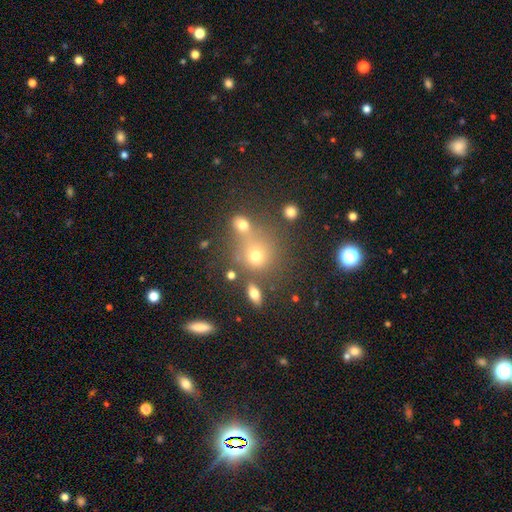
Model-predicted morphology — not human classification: This appears to be a smooth galaxy with no disk features (61%) that is round (83%). Merging: none (56%).